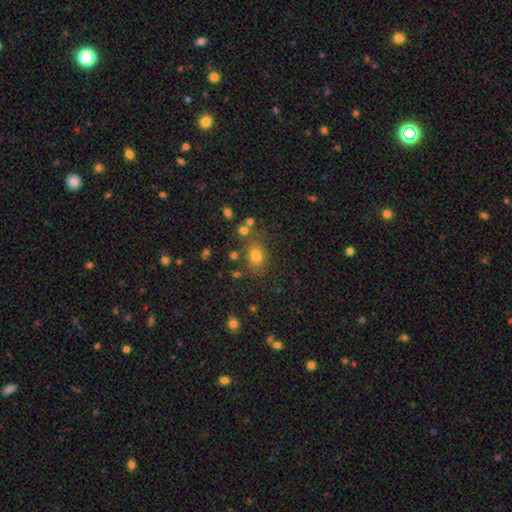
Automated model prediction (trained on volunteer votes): Morphology: type=smooth (74%); roundness=in between (57%); merging=none (74%).